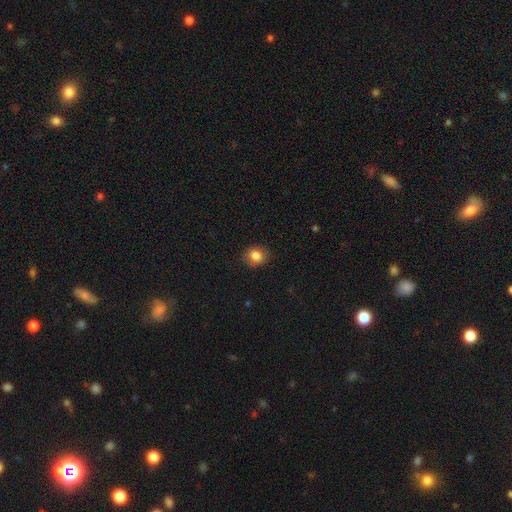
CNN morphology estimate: Smooth or featured? smooth (84%)
How rounded? round (69%)
Merging? none (85%)